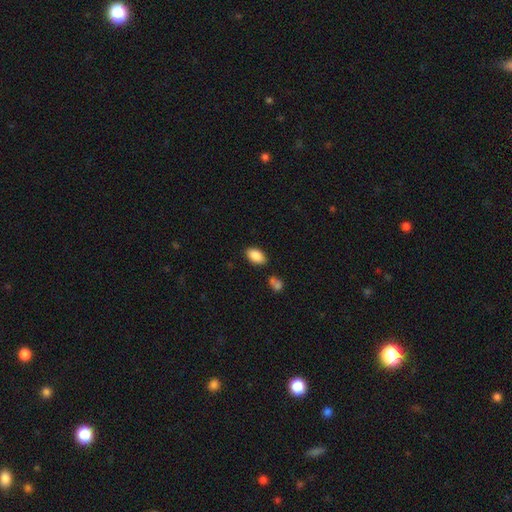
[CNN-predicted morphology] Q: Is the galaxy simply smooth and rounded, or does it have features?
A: smooth — 88%.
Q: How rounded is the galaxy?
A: in between — 94%.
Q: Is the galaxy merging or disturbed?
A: none — 79%.